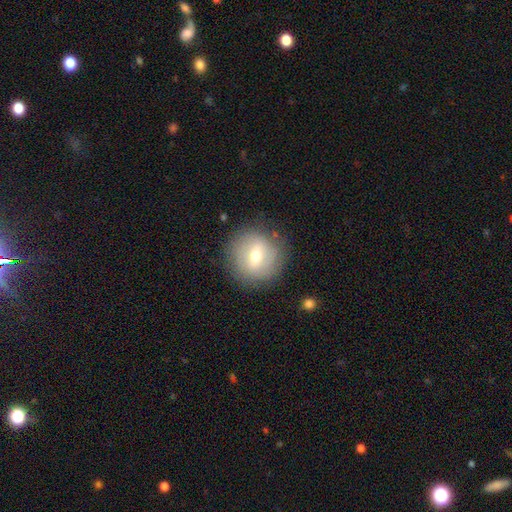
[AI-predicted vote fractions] smooth 50%, featured or disk 41%, star or artifact 9%. Down the decision tree: merging — none (83%).